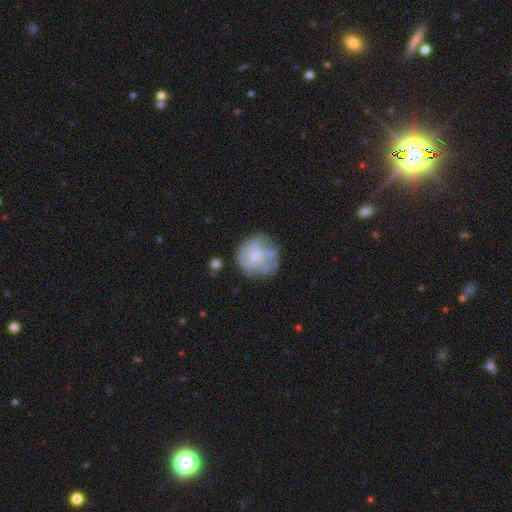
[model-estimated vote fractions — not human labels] Smooth or featured?
  - featured or disk: 48% *
  - smooth: 43%
  - star or artifact: 8%
Merging?
  - none: 64% *
  - minor disturbance: 21%
  - major disturbance: 12%
  - merger: 3%